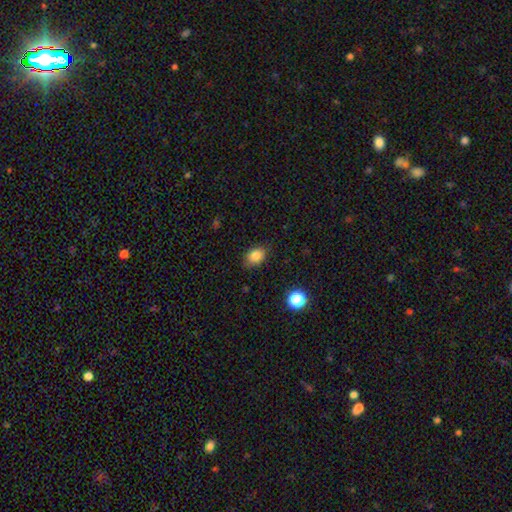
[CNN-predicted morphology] type=smooth (84%); roundness=in between (66%); merging=none (81%).